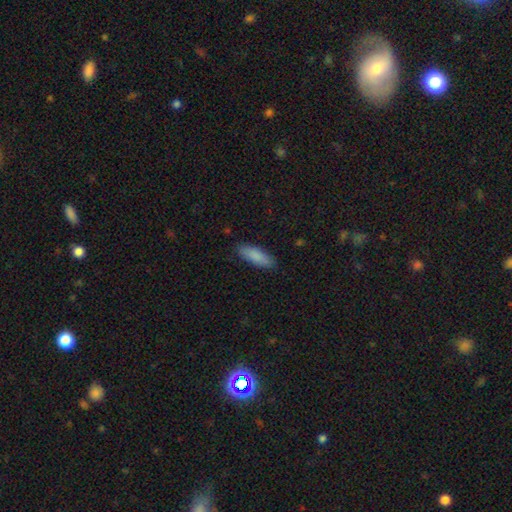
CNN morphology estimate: A smooth galaxy with no disk features (87%) that is in between round and cigar-shaped (58%). Merging: none (86%).